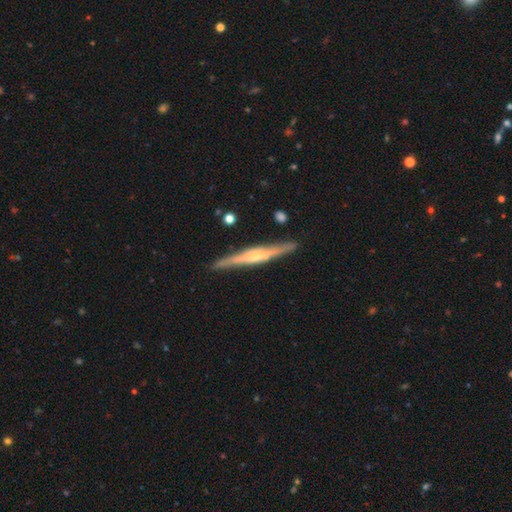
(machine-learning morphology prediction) smooth_or_featured: featured or disk (p=0.78) [alt: smooth p=0.17]
disk_edge_on: yes (p=0.97) [alt: no p=0.03]
edge_on_bulge: rounded (p=0.75) [alt: none p=0.13]
merging: none (p=0.89) [alt: minor disturbance p=0.08]